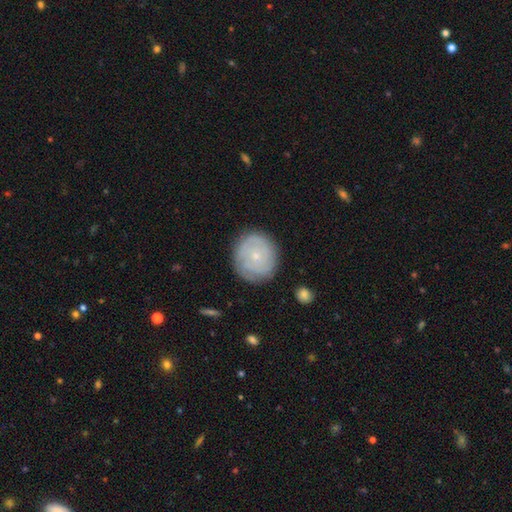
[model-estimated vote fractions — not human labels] A featured or disk galaxy (57%) with no bar (83%), spiral arms (75%) and a small central bulge (78%).

Vote fractions:
- Smooth or featured? featured or disk: 57% / smooth: 37% / star or artifact: 6%
- Edge-on disk? no: 97% / yes: 3%
- Bar? no: 83% / weak: 15% / strong: 2%
- Spiral arms? yes: 75% / no: 25%
- Bulge size? small: 78% / moderate: 18% / none: 2% / large: 1% / dominant: 1%
- Merging? none: 80% / minor disturbance: 15% / major disturbance: 4% / merger: 1%